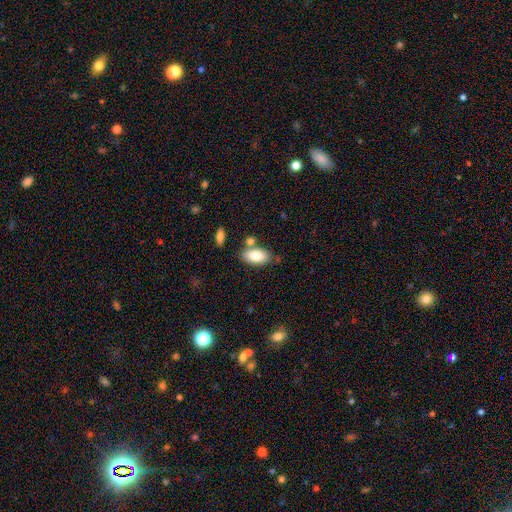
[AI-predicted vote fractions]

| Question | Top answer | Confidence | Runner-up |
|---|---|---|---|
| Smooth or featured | smooth | 84% | featured or disk (10%) |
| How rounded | in between | 93% | cigar-shaped (4%) |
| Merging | none | 70% | minor disturbance (14%) |